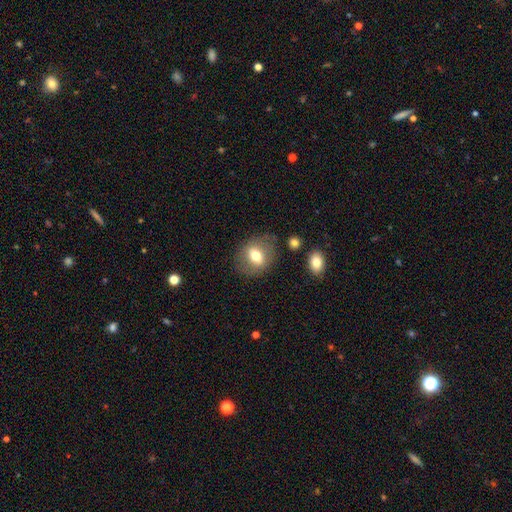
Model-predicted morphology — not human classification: A smooth galaxy with no disk features (66%) that is in between round and cigar-shaped (50%).

Vote fractions:
- Smooth or featured? smooth: 66% / featured or disk: 25% / star or artifact: 9%
- How rounded? in between: 50% / round: 48% / cigar-shaped: 2%
- Merging? none: 78% / minor disturbance: 14% / major disturbance: 6% / merger: 3%